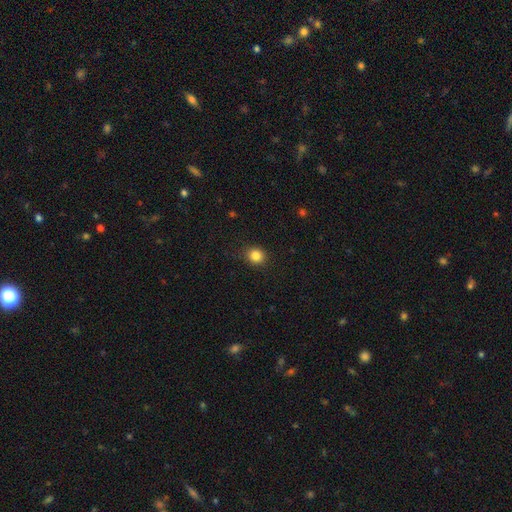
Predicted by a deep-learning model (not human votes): Smooth or featured? smooth (84%)
How rounded? round (82%)
Merging? none (89%)